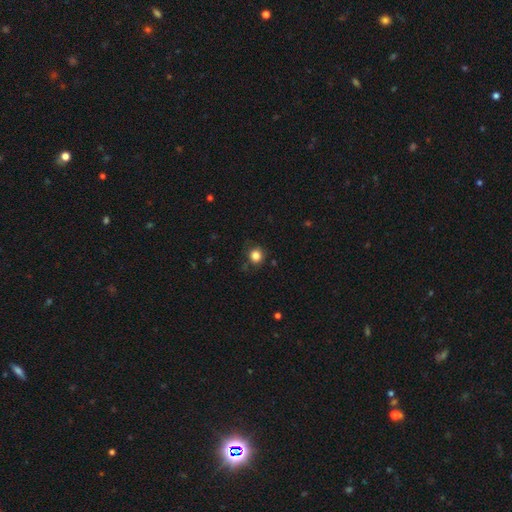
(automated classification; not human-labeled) Q: Smooth or featured?
A: smooth (83%); runner-up: star or artifact (12%)
Q: How rounded?
A: round (90%); runner-up: in between (9%)
Q: Merging?
A: none (81%); runner-up: minor disturbance (14%)